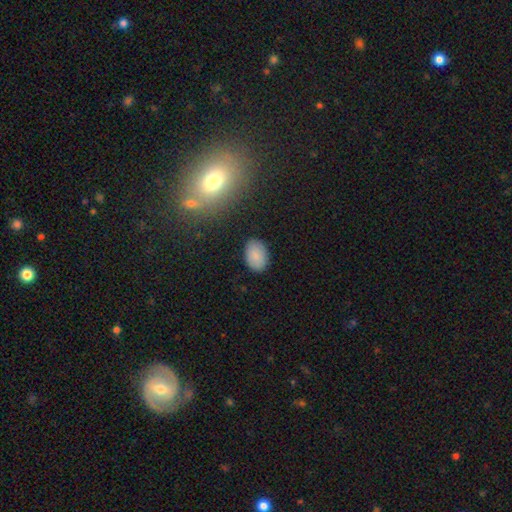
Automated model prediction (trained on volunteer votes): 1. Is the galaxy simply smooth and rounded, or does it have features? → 86% smooth, 8% star or artifact, 6% featured or disk.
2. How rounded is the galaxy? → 87% in between, 12% round, 1% cigar-shaped.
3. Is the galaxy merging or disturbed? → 87% none, 10% minor disturbance, 2% major disturbance, 1% merger.